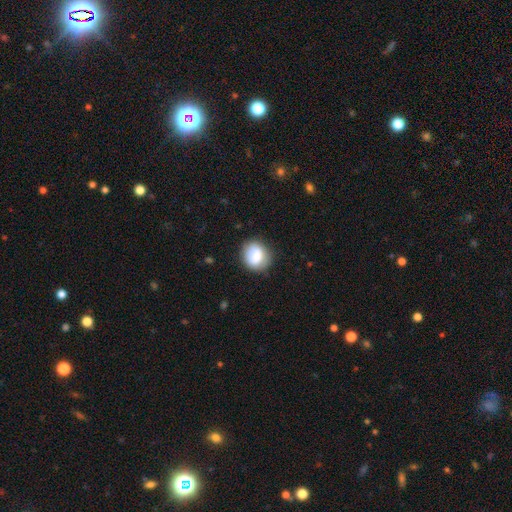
A smooth galaxy with no disk features (87%) that is round (88%).

Vote fractions:
- Smooth or featured? smooth: 87% / featured or disk: 8% / star or artifact: 5%
- How rounded? round: 88% / in between: 12% / cigar-shaped: 0%
- Merging? none: 67% / minor disturbance: 19% / major disturbance: 11% / merger: 3%